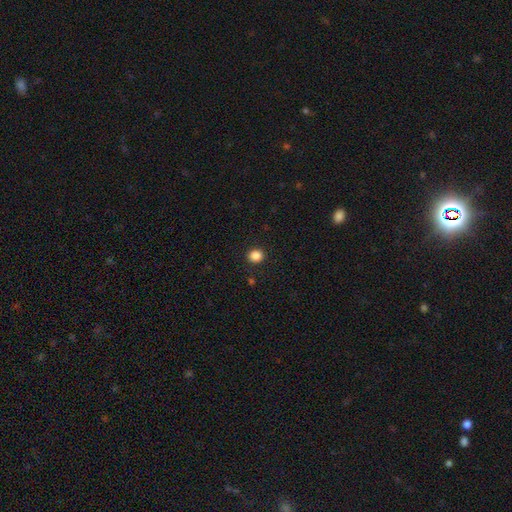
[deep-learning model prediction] smooth 86%, star or artifact 11%, featured or disk 3%. Down the decision tree: how rounded — round (82%); merging — none (92%).